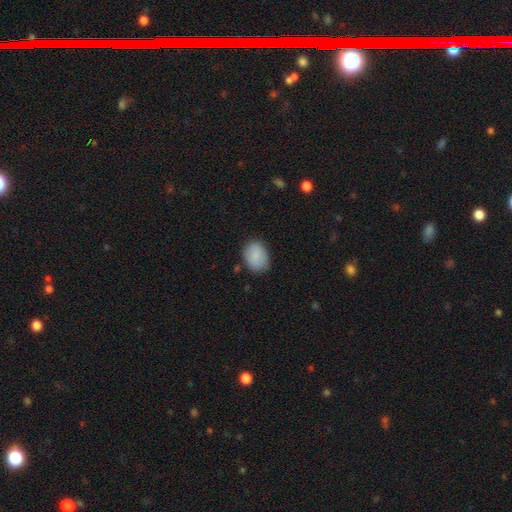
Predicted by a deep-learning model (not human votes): Morphology: type=smooth (86%); roundness=in between (71%); merging=none (80%).